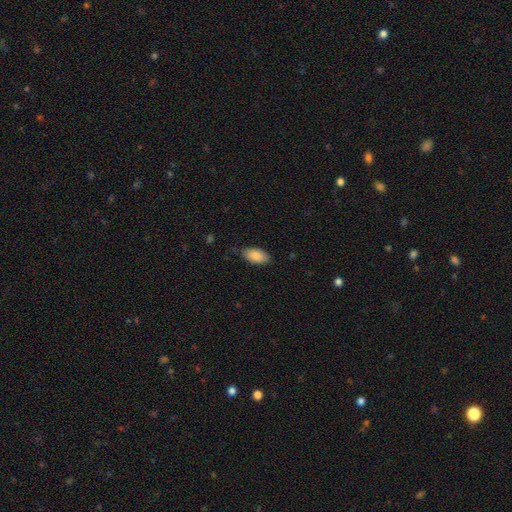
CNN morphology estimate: Smooth or featured?
  - smooth: 88% *
  - star or artifact: 6%
  - featured or disk: 5%
How rounded?
  - in between: 93% *
  - cigar-shaped: 4%
  - round: 3%
Merging?
  - none: 80% *
  - minor disturbance: 16%
  - major disturbance: 3%
  - merger: 1%